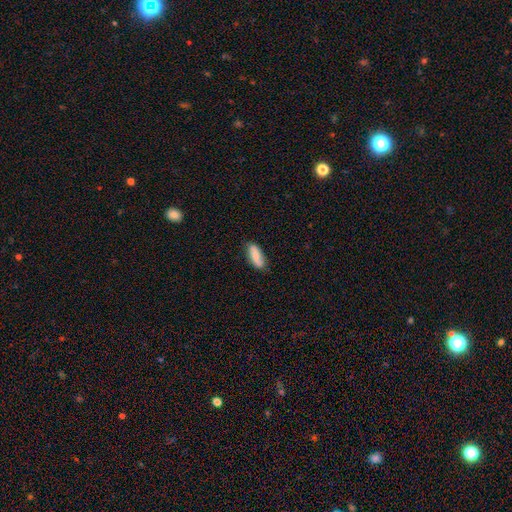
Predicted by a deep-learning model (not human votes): Q: Smooth or featured?
A: smooth (68%); runner-up: featured or disk (26%)
Q: How rounded?
A: in between (73%); runner-up: cigar-shaped (24%)
Q: Merging?
A: none (79%); runner-up: minor disturbance (17%)